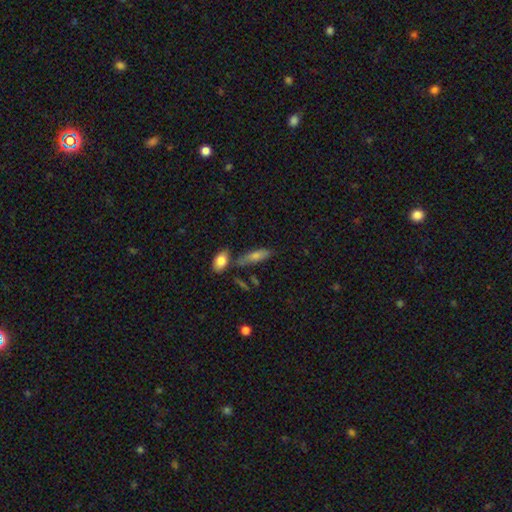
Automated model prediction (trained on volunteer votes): Q: Smooth or featured?
A: smooth (66%); runner-up: featured or disk (25%)
Q: How rounded?
A: in between (52%); runner-up: cigar-shaped (45%)
Q: Merging?
A: none (67%); runner-up: minor disturbance (15%)